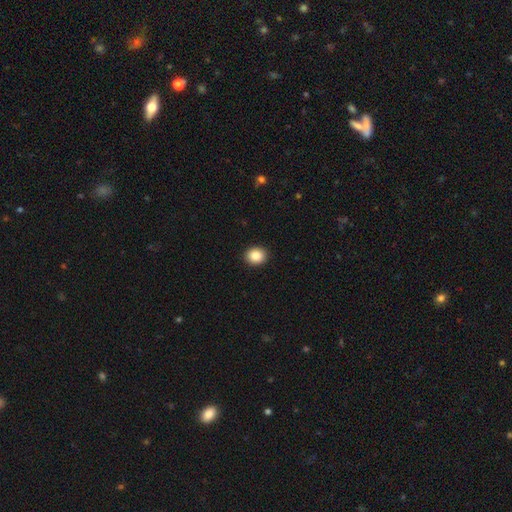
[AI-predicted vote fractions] Smooth or featured?
  - smooth: 86% *
  - star or artifact: 9%
  - featured or disk: 4%
How rounded?
  - round: 67% *
  - in between: 32%
  - cigar-shaped: 1%
Merging?
  - none: 92% *
  - minor disturbance: 5%
  - major disturbance: 2%
  - merger: 1%